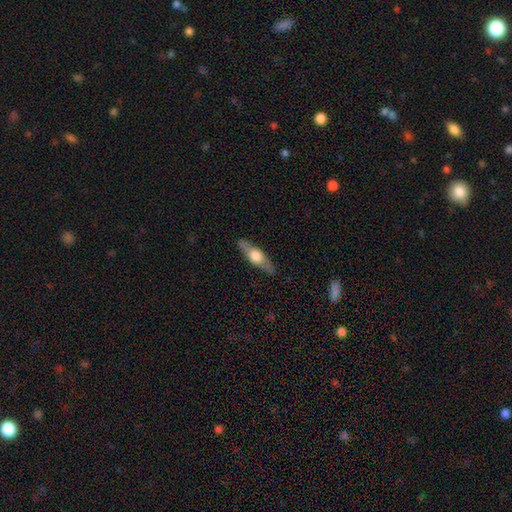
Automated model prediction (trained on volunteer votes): featured or disk 54%, smooth 41%, star or artifact 5%. Down the decision tree: edge-on disk — yes (86%); merging — none (87%).